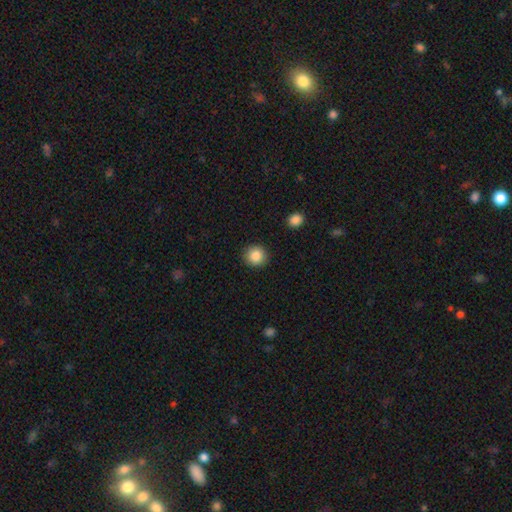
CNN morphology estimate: smooth-or-featured: smooth: 87% | star or artifact: 9% | featured or disk: 5%
  how-rounded: round: 90% | in between: 9% | cigar-shaped: 1%
  merging: none: 91% | minor disturbance: 6% | major disturbance: 2% | merger: 1%